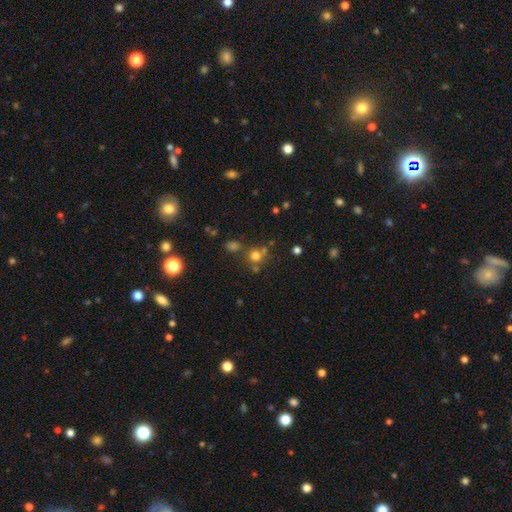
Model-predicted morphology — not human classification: Smooth or featured: smooth — 67% (star or artifact — 22%)
How rounded: round — 88% (in between — 11%)
Merging: none — 63% (merger — 20%)